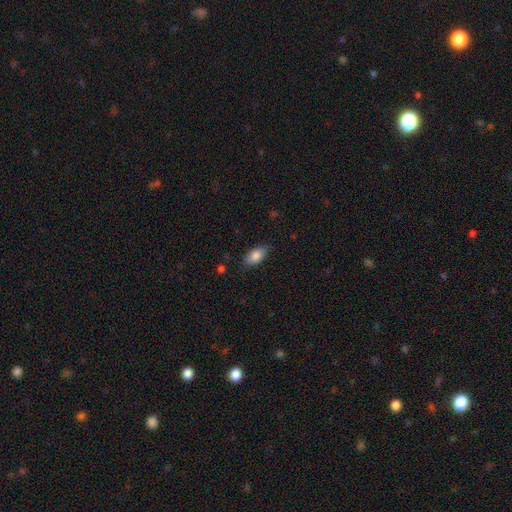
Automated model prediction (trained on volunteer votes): Overall: smooth (84%). How rounded: in between (91%). Merging: none (83%).